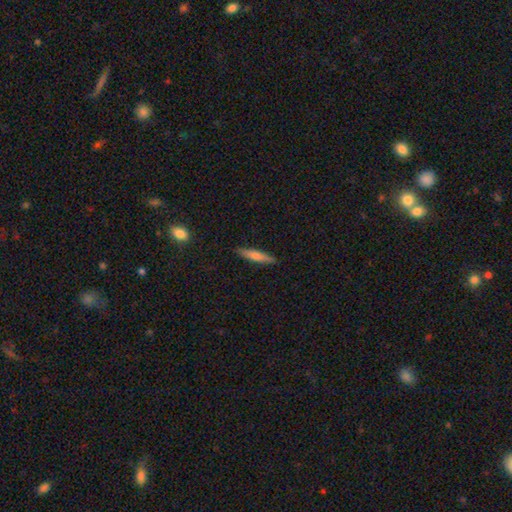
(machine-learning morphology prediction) A smooth galaxy with no disk features (66%) that is cigar-shaped (88%).

Vote fractions:
- Smooth or featured? smooth: 66% / featured or disk: 28% / star or artifact: 6%
- How rounded? cigar-shaped: 88% / in between: 11% / round: 2%
- Merging? none: 89% / minor disturbance: 8% / major disturbance: 2% / merger: 1%